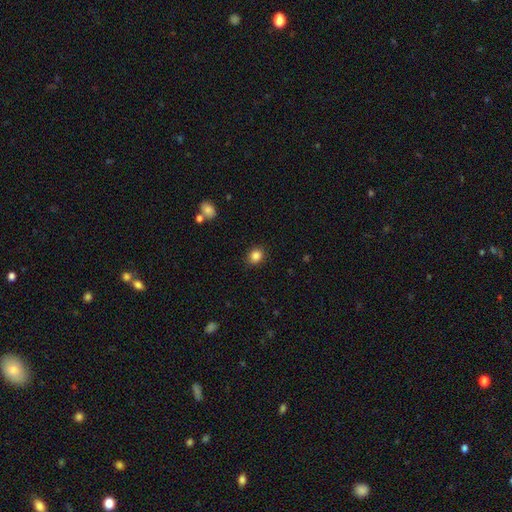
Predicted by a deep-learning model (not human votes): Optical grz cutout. It shows a smooth galaxy with no disk features (85%) that is round (71%). Merging: none (89%).